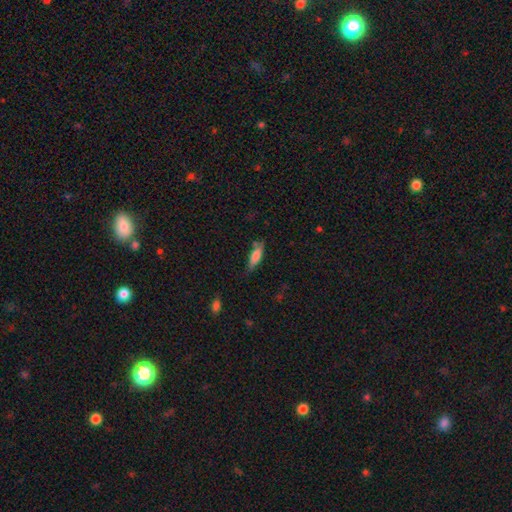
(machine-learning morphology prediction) A smooth galaxy with no disk features (75%) that is cigar-shaped (54%). Merging: none (68%).